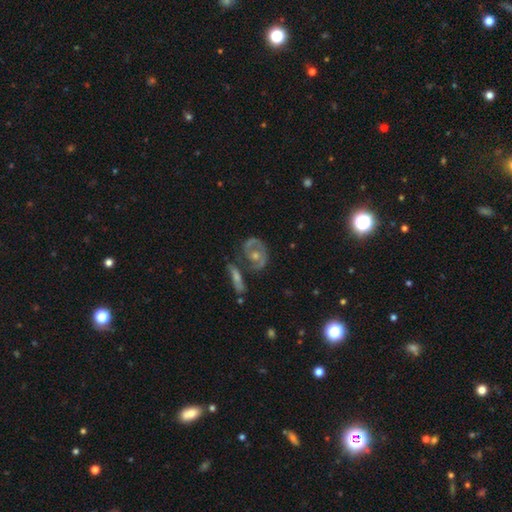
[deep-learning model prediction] Smooth or featured? featured or disk (73%)
Edge-on disk? no (95%)
Bar? no (78%)
Spiral arms? yes (66%)
Bulge size? moderate (64%)
Merging? none (56%)